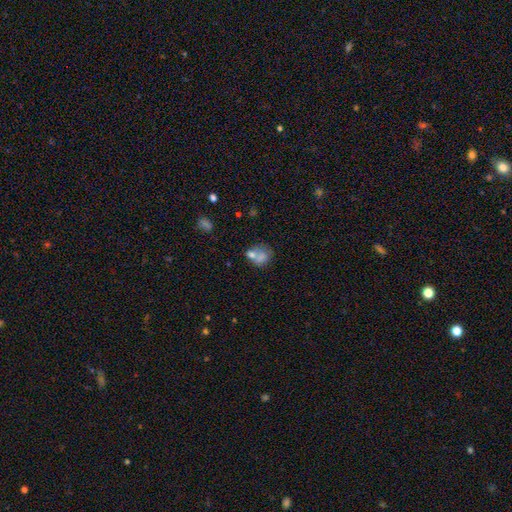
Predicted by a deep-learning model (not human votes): A smooth galaxy with no disk features (66%) that is round (51%). Merging: merger (43%).